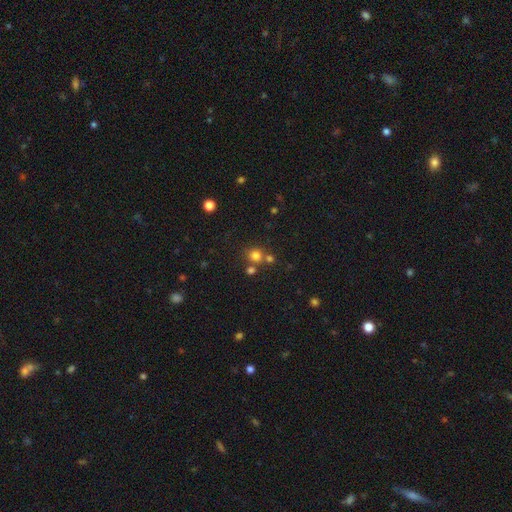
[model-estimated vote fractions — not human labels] Smooth or featured? Predicted: smooth (p=0.76). How rounded? Predicted: round (p=0.87). Merging? Predicted: none (p=0.66).